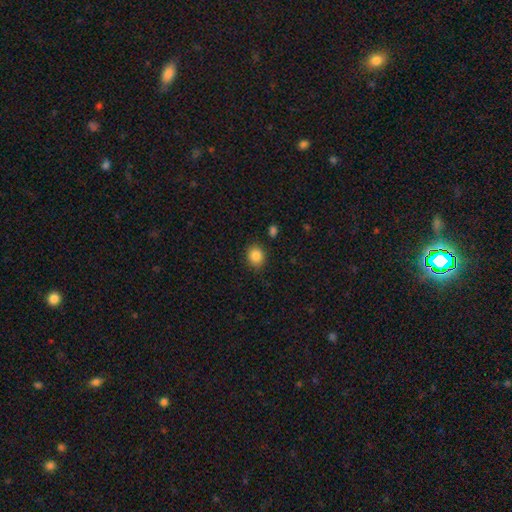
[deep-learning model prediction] The model was most divided on "how rounded": round: 63%, in between: 36%, cigar-shaped: 1%. More confident: smooth or featured — smooth (86%); merging — none (84%).